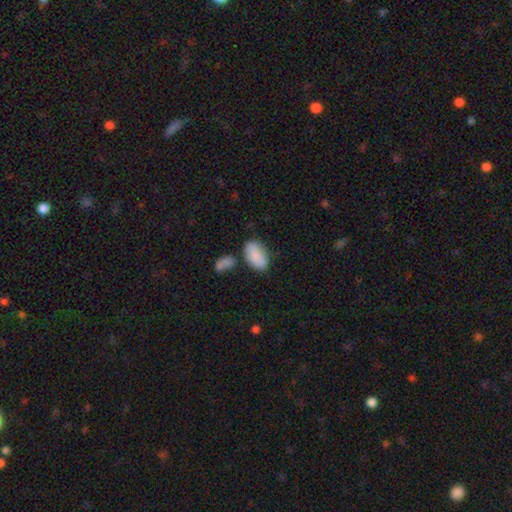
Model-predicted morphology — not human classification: This appears to be a smooth galaxy with no disk features (84%) that is in between round and cigar-shaped (93%). Merging: none (60%).